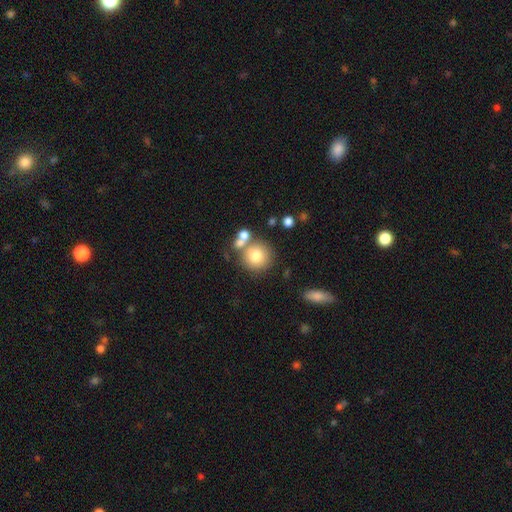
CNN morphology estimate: A smooth galaxy with no disk features (75%) that is round (90%). Merging: none (62%).